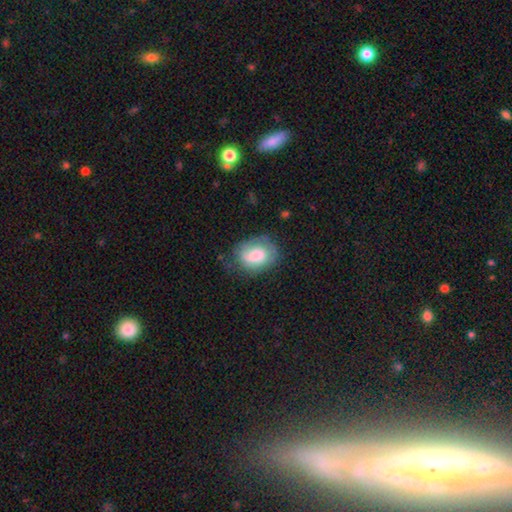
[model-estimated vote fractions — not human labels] Smooth or featured? Predicted: smooth (p=0.57). How rounded? Predicted: in between (p=0.64). Merging? Predicted: none (p=0.59).